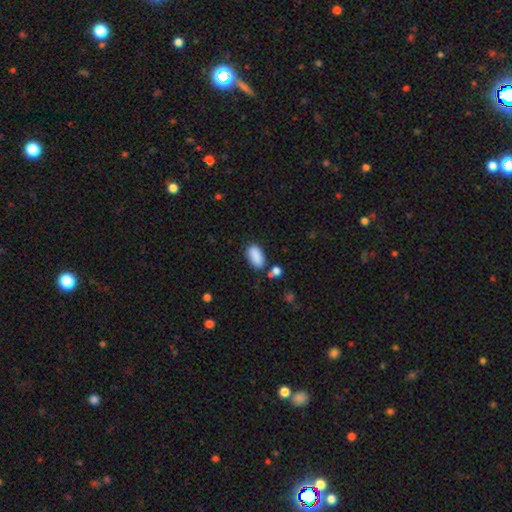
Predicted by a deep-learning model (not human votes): Overall: smooth (89%). How rounded: in between (91%). Merging: none (75%).